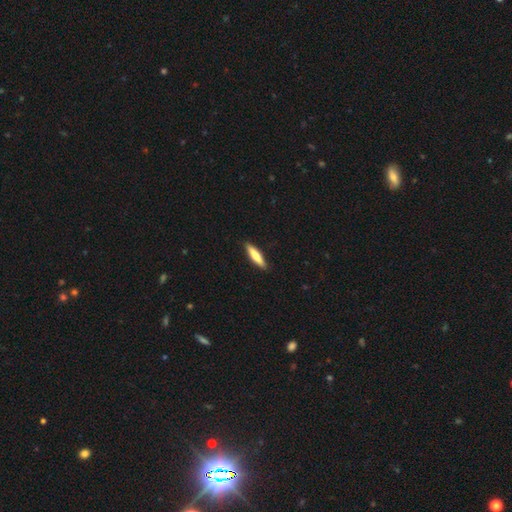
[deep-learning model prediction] The model was most divided on "smooth or featured": smooth: 72%, featured or disk: 23%, star or artifact: 5%. More confident: merging — none (90%); how rounded — cigar-shaped (81%).